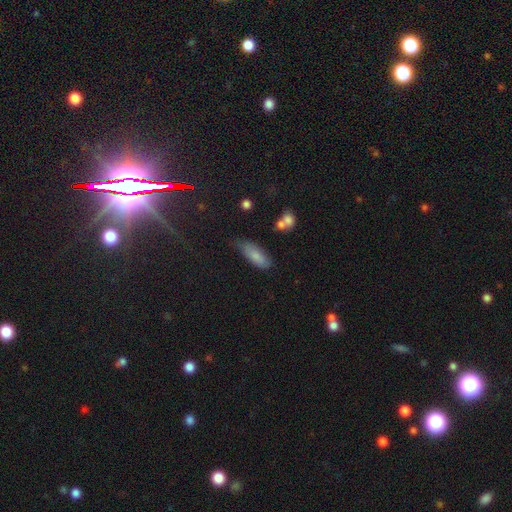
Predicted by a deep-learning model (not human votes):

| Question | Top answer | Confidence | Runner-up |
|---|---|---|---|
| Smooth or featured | smooth | 81% | featured or disk (12%) |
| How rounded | in between | 73% | cigar-shaped (25%) |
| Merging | none | 51% | minor disturbance (35%) |